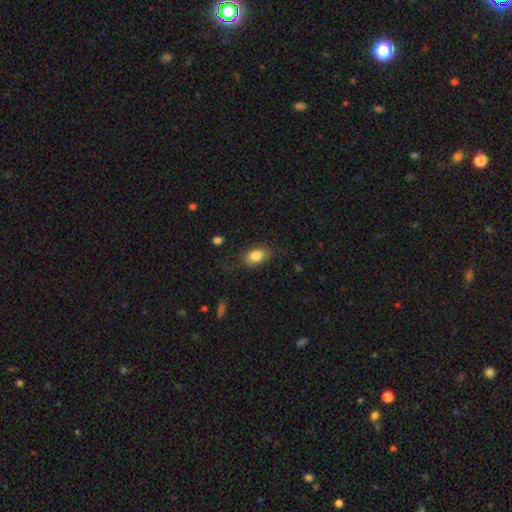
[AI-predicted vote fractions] A smooth galaxy with no disk features (83%) that is in between round and cigar-shaped (83%). Merging: none (72%).